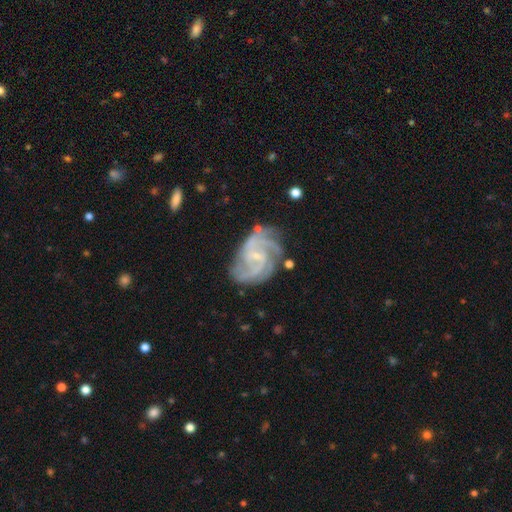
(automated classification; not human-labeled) Overall: featured or disk (90%). Edge-on disk: no (98%). Bar: weak (47%; no 40%). Spiral arms: yes (98%). Spiral arm count: 2 (34%; 3 32%). Spiral winding: medium (48%; tight 40%). Bulge size: small (76%). Merging: none (68%).